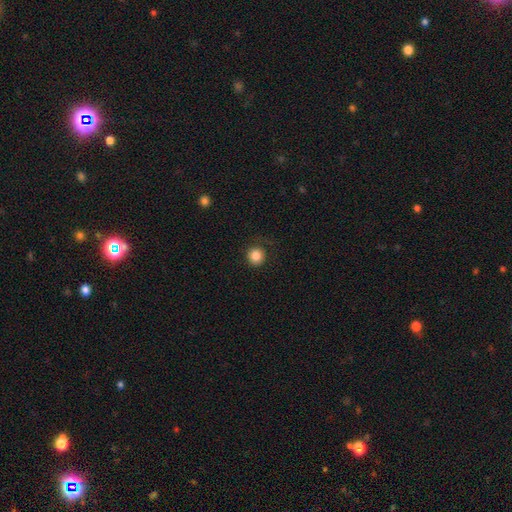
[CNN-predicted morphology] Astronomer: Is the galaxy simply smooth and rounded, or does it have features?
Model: smooth — 85%.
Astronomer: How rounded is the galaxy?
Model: round — 93%.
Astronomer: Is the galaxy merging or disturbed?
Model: none — 83%.